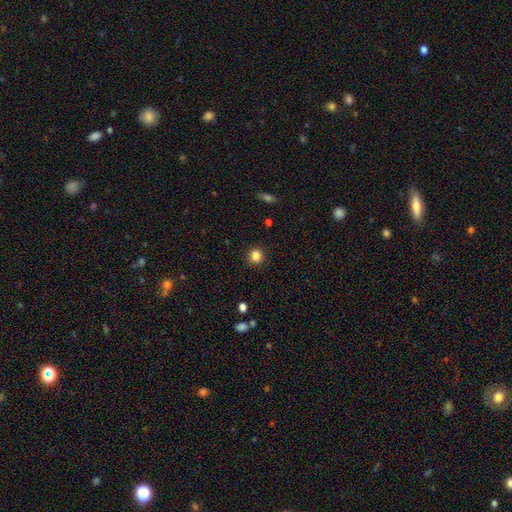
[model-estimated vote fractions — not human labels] smooth_or_featured: smooth (p=0.85) [alt: star or artifact p=0.11]
how_rounded: round (p=0.91) [alt: in between p=0.08]
merging: none (p=0.90) [alt: minor disturbance p=0.06]